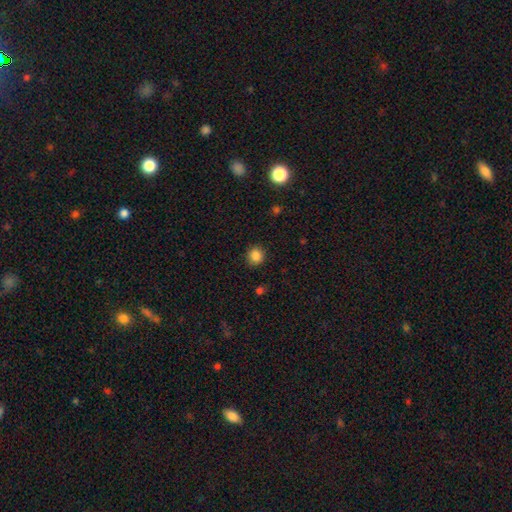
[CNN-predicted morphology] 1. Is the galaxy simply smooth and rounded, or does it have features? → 85% smooth, 11% star or artifact, 4% featured or disk.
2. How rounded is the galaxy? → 90% round, 9% in between, 1% cigar-shaped.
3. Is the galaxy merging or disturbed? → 90% none, 7% minor disturbance, 2% major disturbance, 1% merger.